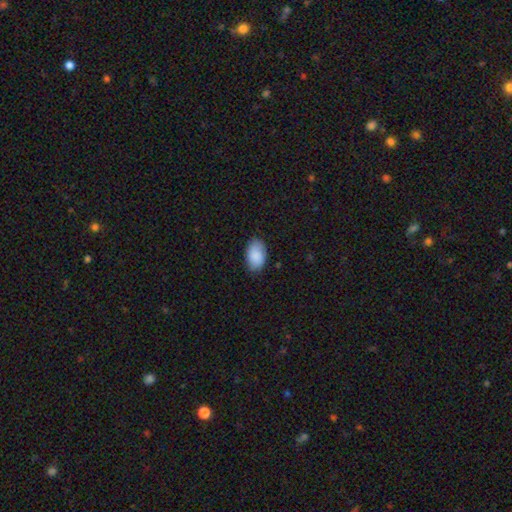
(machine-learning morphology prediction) smooth 89%, star or artifact 6%, featured or disk 5%. Down the decision tree: how rounded — in between (93%); merging — none (81%).